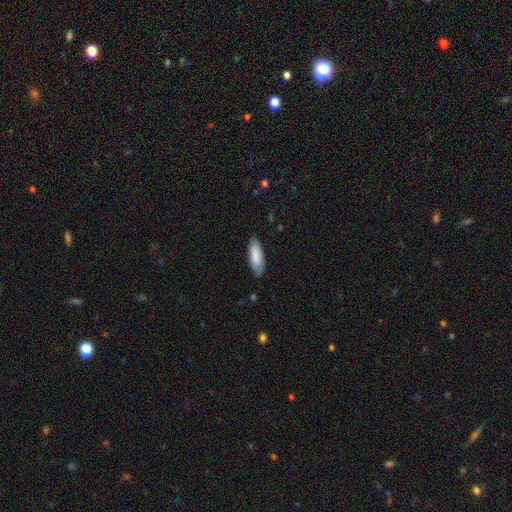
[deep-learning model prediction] smooth 84%, featured or disk 10%, star or artifact 5%. Down the decision tree: how rounded — in between (69%); merging — none (81%).